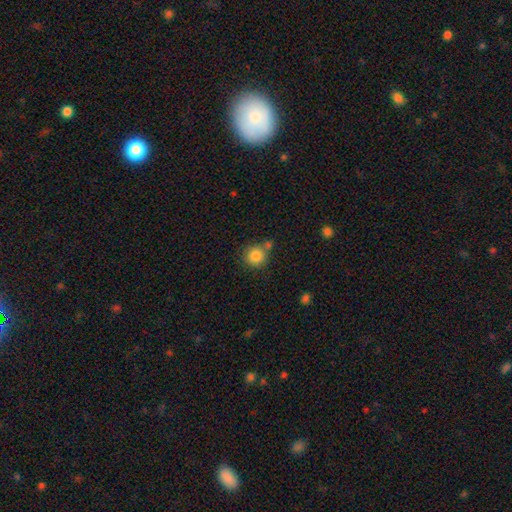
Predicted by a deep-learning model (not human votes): Smooth or featured? Predicted: smooth (p=0.84). How rounded? Predicted: round (p=0.91). Merging? Predicted: none (p=0.67).